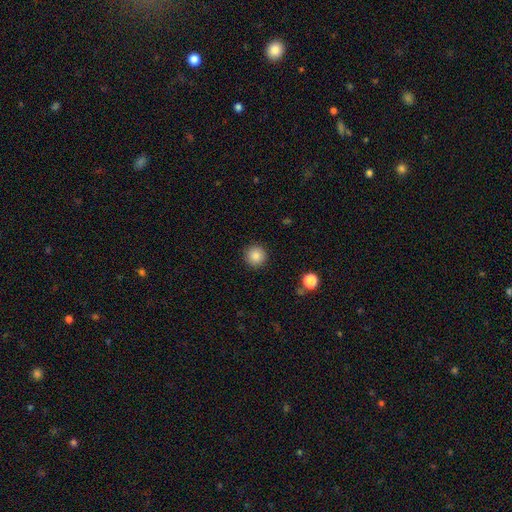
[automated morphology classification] smooth-or-featured: smooth: 86% | star or artifact: 10% | featured or disk: 5%
  how-rounded: round: 95% | in between: 4% | cigar-shaped: 1%
  merging: none: 91% | minor disturbance: 6% | major disturbance: 2% | merger: 1%